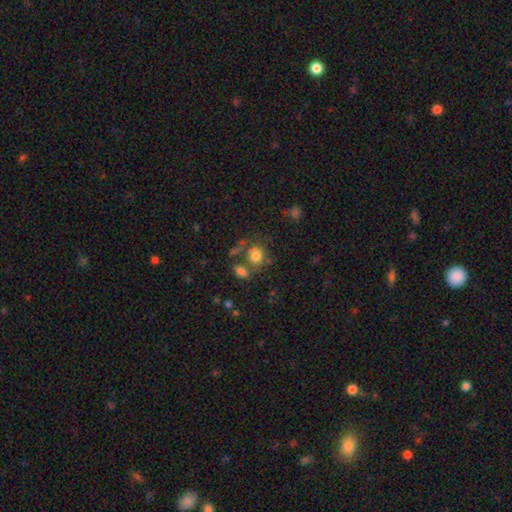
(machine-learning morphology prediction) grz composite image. It shows a smooth galaxy with no disk features (77%) that is round (64%). Merging: none (53%).